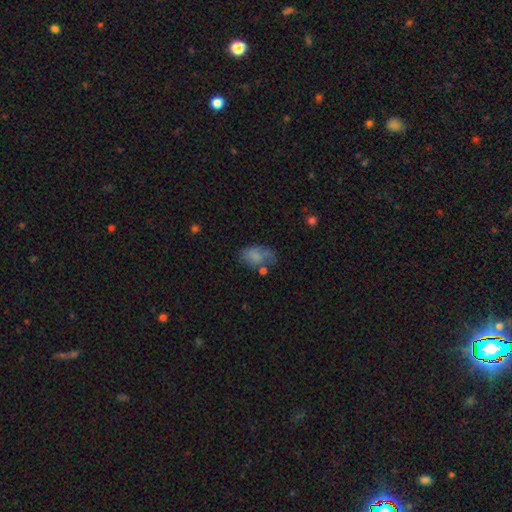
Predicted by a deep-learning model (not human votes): Overall: smooth (72%). How rounded: in between (88%). Merging: none (43%; minor disturbance 29%).